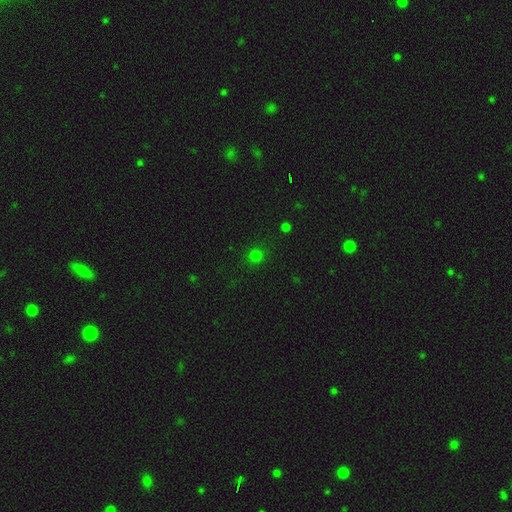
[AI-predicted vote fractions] A smooth galaxy with no disk features (75%) that is round (91%).

Vote fractions:
- Smooth or featured? smooth: 75% / star or artifact: 21% / featured or disk: 4%
- How rounded? round: 91% / in between: 8% / cigar-shaped: 1%
- Merging? none: 87% / minor disturbance: 8% / major disturbance: 3% / merger: 2%